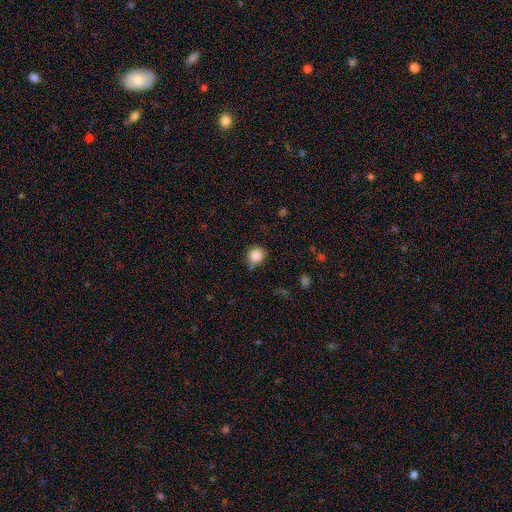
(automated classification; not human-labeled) smooth-or-featured: smooth: 85% | star or artifact: 10% | featured or disk: 5%
  how-rounded: round: 80% | in between: 19% | cigar-shaped: 1%
  merging: none: 60% | minor disturbance: 30% | major disturbance: 6% | merger: 4%